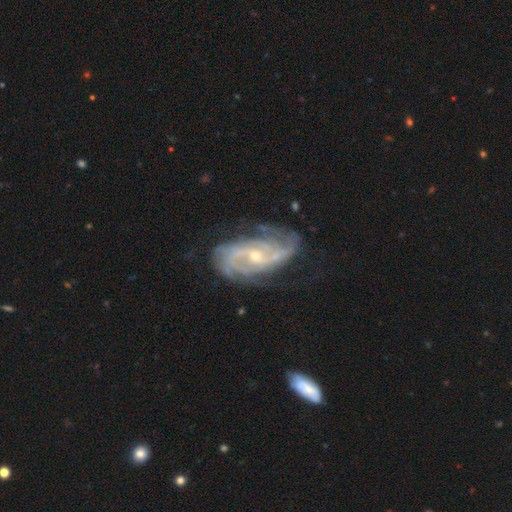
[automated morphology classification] Smooth or featured? featured or disk (89%)
Edge-on disk? no (96%)
Bar? no (48%)
Spiral arms? yes (97%)
Spiral winding? medium (45%)
Spiral arm count? 2 (48%)
Bulge size? small (63%)
Merging? none (67%)